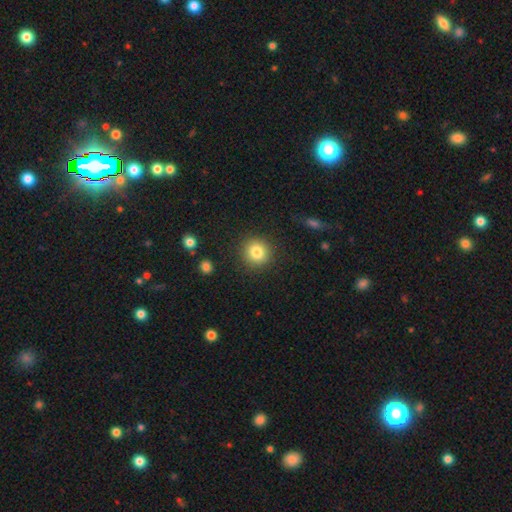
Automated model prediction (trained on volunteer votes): This appears to be a smooth galaxy with no disk features (69%) that is round (95%). Merging: none (92%).